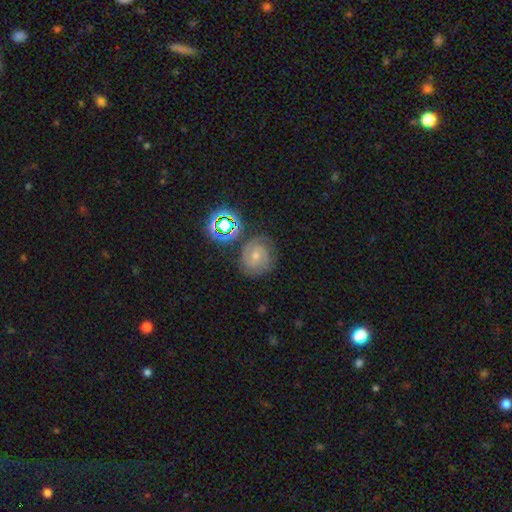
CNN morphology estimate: This appears to be a featured or disk galaxy (69%) with no bar (66%), 2 (53%) tight (68%) spiral arms (94%) and a small central bulge (54%). Merging: none (72%).